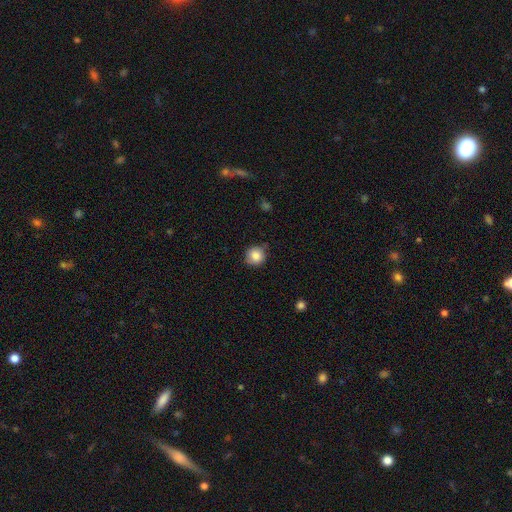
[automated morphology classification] Q: Smooth or featured?
A: smooth (85%); runner-up: star or artifact (9%)
Q: How rounded?
A: round (92%); runner-up: in between (7%)
Q: Merging?
A: none (81%); runner-up: minor disturbance (15%)